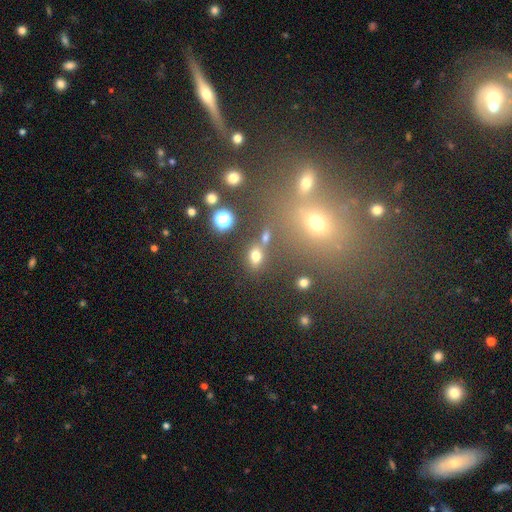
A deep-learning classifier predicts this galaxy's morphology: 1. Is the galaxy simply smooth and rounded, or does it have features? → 70% smooth, 20% star or artifact, 11% featured or disk.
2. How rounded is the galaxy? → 68% in between, 29% round, 3% cigar-shaped.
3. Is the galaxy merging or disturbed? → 67% none, 15% merger, 12% minor disturbance, 6% major disturbance.